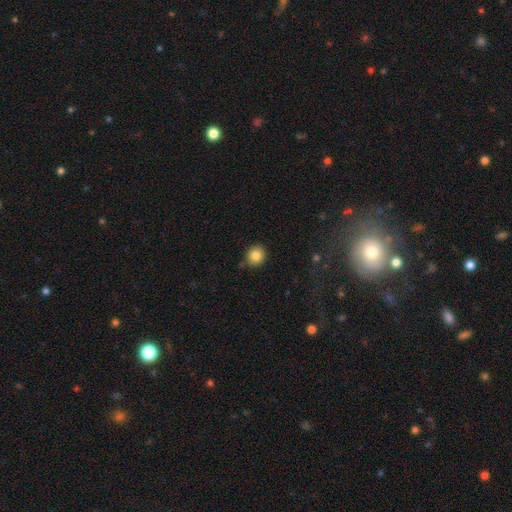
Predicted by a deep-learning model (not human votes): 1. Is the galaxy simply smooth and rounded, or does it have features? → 84% smooth, 10% star or artifact, 6% featured or disk.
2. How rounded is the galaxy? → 85% round, 14% in between, 1% cigar-shaped.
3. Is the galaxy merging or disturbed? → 85% none, 10% minor disturbance, 3% merger, 2% major disturbance.